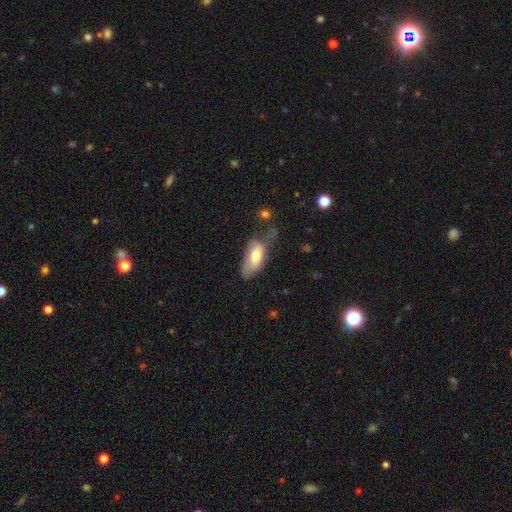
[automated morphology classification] Smooth or featured: smooth — 74% (featured or disk — 20%)
How rounded: in between — 86% (cigar-shaped — 11%)
Merging: none — 38% (minor disturbance — 35%)